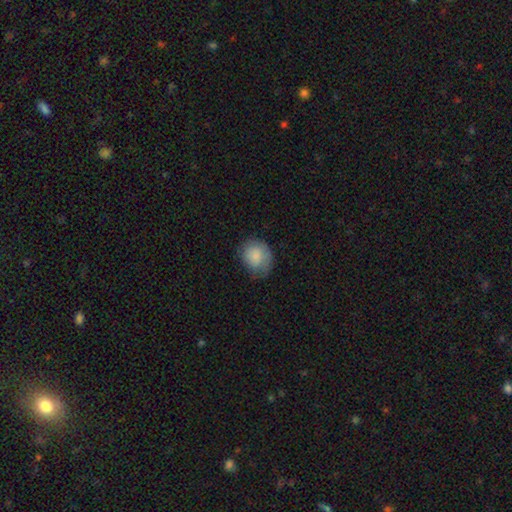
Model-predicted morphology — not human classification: This is clearly a smooth galaxy (82%). How rounded: likely round (67%). Merging: possibly none (59%).